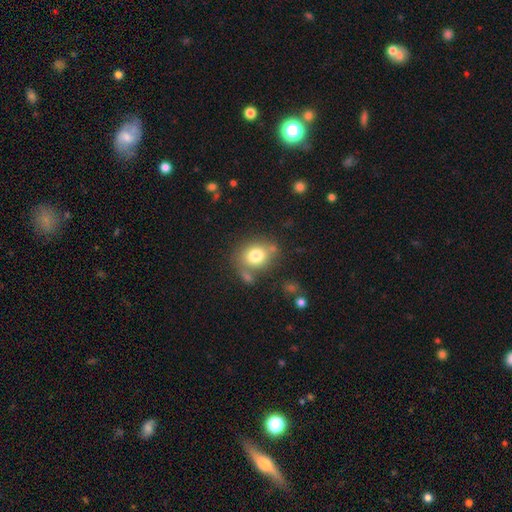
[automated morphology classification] smooth-or-featured: smooth: 77% | featured or disk: 13% | star or artifact: 10%
  how-rounded: round: 62% | in between: 37% | cigar-shaped: 1%
  merging: none: 65% | minor disturbance: 15% | merger: 14% | major disturbance: 6%